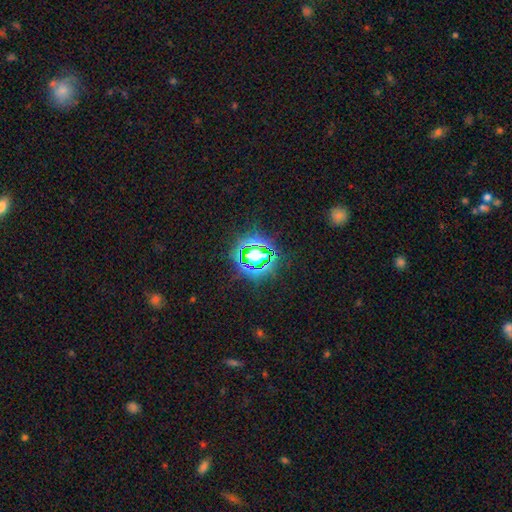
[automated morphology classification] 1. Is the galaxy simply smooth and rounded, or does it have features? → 69% star or artifact, 21% smooth, 10% featured or disk.